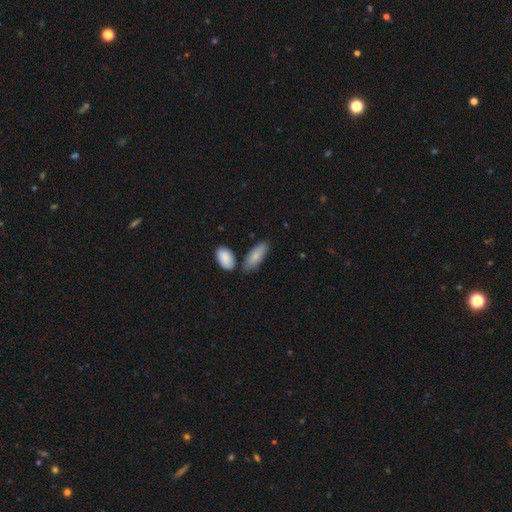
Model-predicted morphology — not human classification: smooth_or_featured: smooth (p=0.84) [alt: featured or disk p=0.11]
how_rounded: in between (p=0.75) [alt: cigar-shaped p=0.23]
merging: none (p=0.72) [alt: minor disturbance p=0.14]